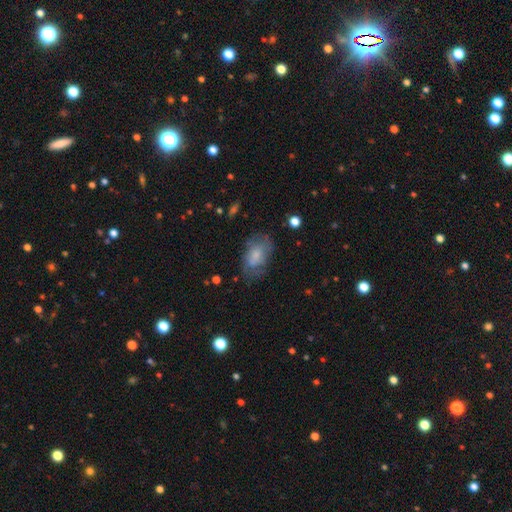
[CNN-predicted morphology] A smooth galaxy with no disk features (63%) that is in between round and cigar-shaped (89%).

Vote fractions:
- Smooth or featured? smooth: 63% / featured or disk: 29% / star or artifact: 8%
- How rounded? in between: 89% / round: 9% / cigar-shaped: 2%
- Merging? none: 60% / minor disturbance: 25% / major disturbance: 13% / merger: 2%